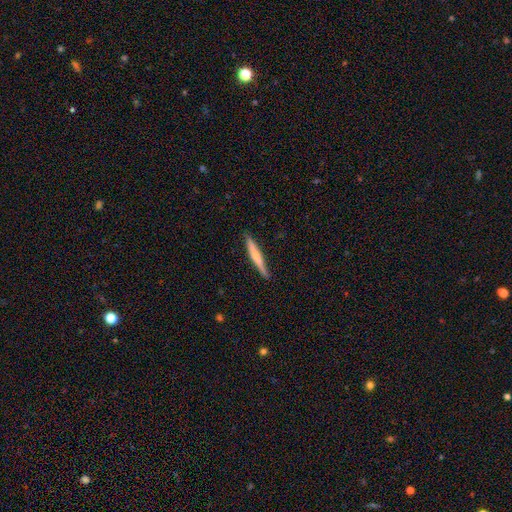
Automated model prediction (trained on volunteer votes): Overall: smooth (52%; featured or disk 43%). How rounded: cigar-shaped (95%). Merging: none (89%).